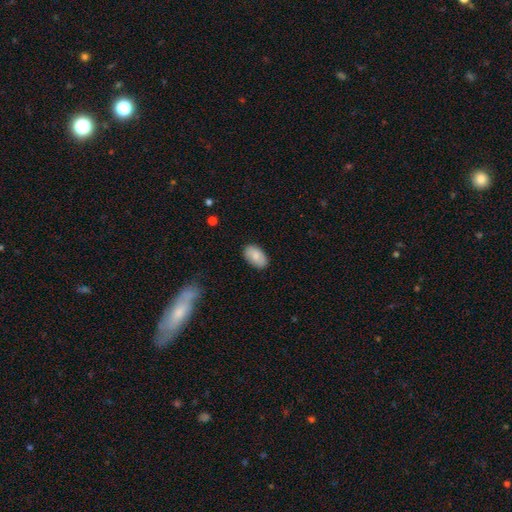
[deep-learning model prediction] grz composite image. It shows a smooth galaxy with no disk features (81%) that is in between round and cigar-shaped (93%). Merging: none (85%).